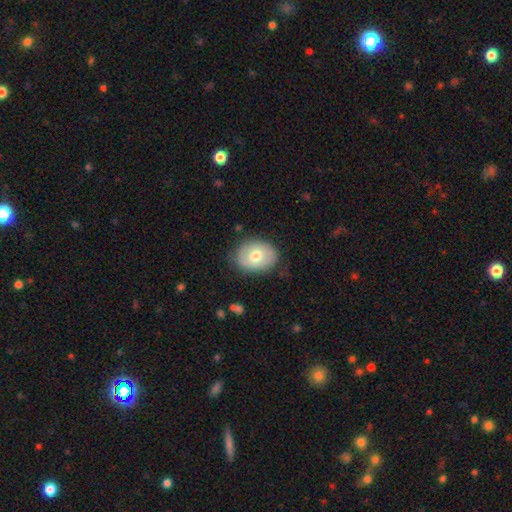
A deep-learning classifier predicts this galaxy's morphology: smooth-or-featured: smooth: 63% | featured or disk: 30% | star or artifact: 7%
  how-rounded: in between: 66% | round: 33% | cigar-shaped: 1%
  merging: none: 79% | minor disturbance: 15% | major disturbance: 4% | merger: 1%